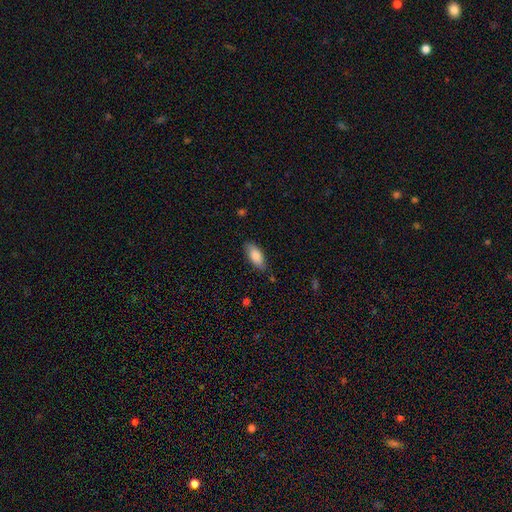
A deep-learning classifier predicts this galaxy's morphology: This appears to be a smooth galaxy with no disk features (83%) that is in between round and cigar-shaped (85%). Merging: none (80%).